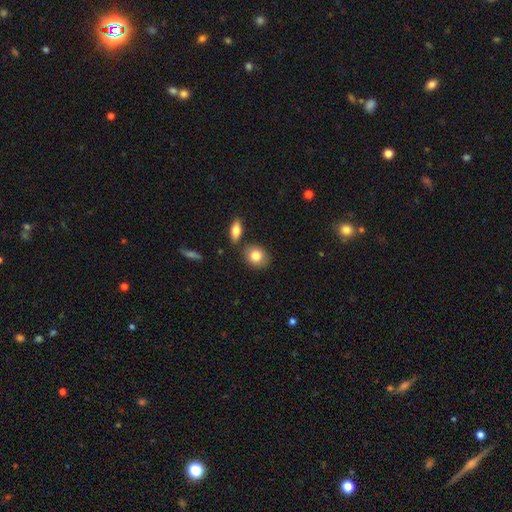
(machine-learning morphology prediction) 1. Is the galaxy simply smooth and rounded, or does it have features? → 83% smooth, 10% featured or disk, 7% star or artifact.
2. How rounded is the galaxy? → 60% round, 38% in between, 2% cigar-shaped.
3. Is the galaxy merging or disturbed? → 79% none, 11% minor disturbance, 7% merger, 3% major disturbance.